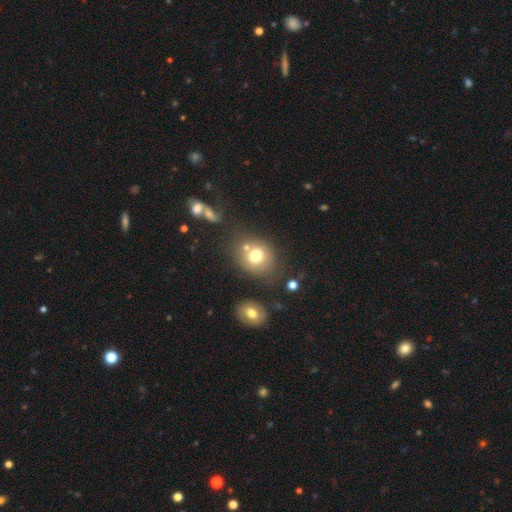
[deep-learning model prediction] The model was most divided on "merging": none: 59%, merger: 20%, minor disturbance: 14%, major disturbance: 6%. More confident: smooth or featured — smooth (73%); how rounded — round (69%).